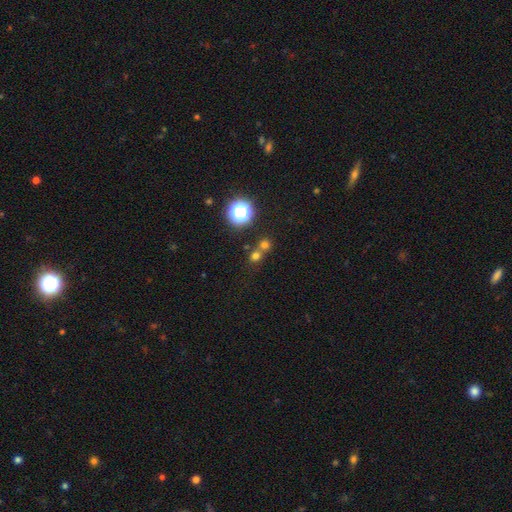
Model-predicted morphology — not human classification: Smooth or featured: smooth — 64% (star or artifact — 27%)
How rounded: round — 85% (in between — 14%)
Merging: none — 53% (merger — 38%)